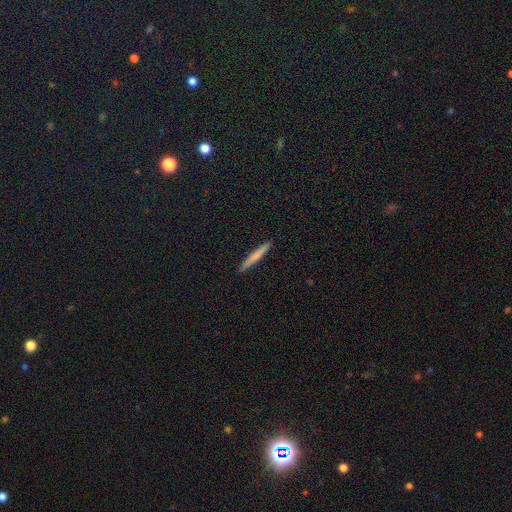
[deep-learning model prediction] This is likely a smooth galaxy (67%). How rounded: clearly cigar-shaped (96%). Merging: clearly none (92%).